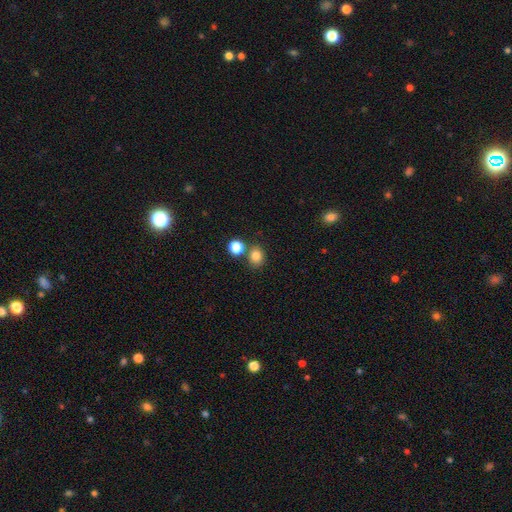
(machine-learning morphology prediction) This is clearly a smooth galaxy (82%). How rounded: likely round (69%). Merging: likely none (73%).